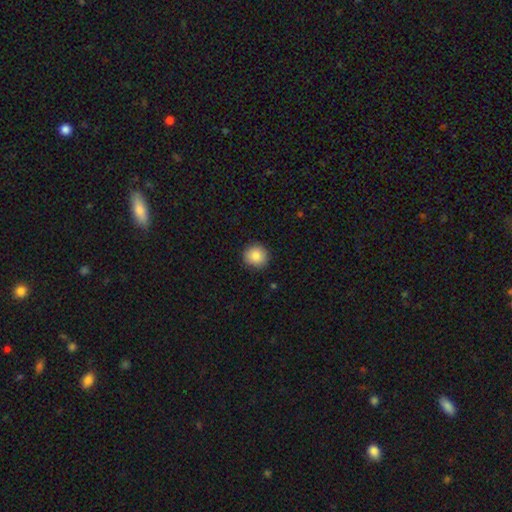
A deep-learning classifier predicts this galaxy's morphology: This is clearly a smooth galaxy (85%). How rounded: clearly round (92%). Merging: clearly none (89%).